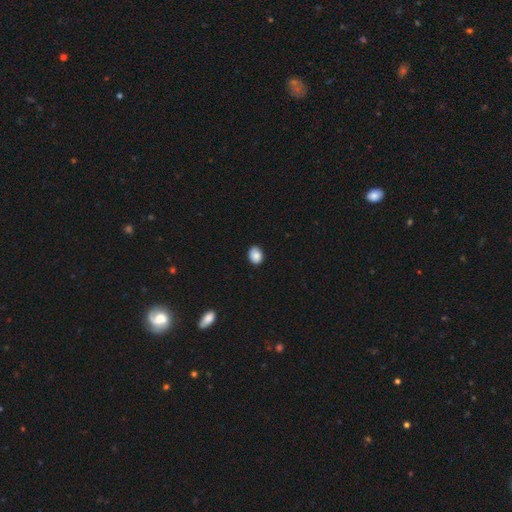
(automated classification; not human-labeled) A smooth galaxy with no disk features (87%) that is in between round and cigar-shaped (54%).

Vote fractions:
- Smooth or featured? smooth: 87% / star or artifact: 8% / featured or disk: 5%
- How rounded? in between: 54% / round: 45% / cigar-shaped: 1%
- Merging? none: 86% / minor disturbance: 11% / major disturbance: 2% / merger: 1%